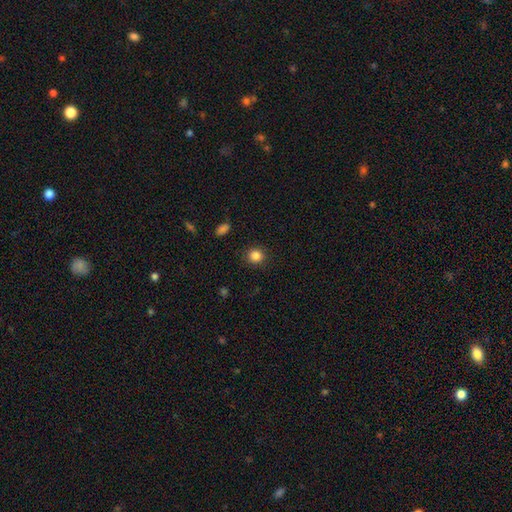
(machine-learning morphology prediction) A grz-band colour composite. It shows a smooth galaxy with no disk features (85%) that is round (88%). Merging: none (90%).